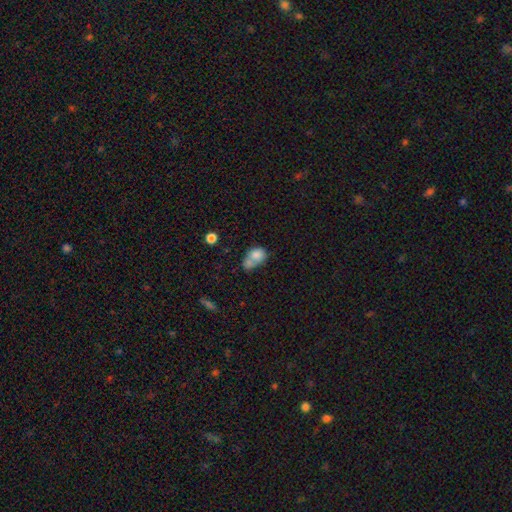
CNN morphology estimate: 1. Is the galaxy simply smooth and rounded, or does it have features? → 77% smooth, 14% featured or disk, 10% star or artifact.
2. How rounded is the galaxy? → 56% in between, 42% round, 2% cigar-shaped.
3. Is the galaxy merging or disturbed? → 60% merger, 22% none, 12% minor disturbance, 7% major disturbance.